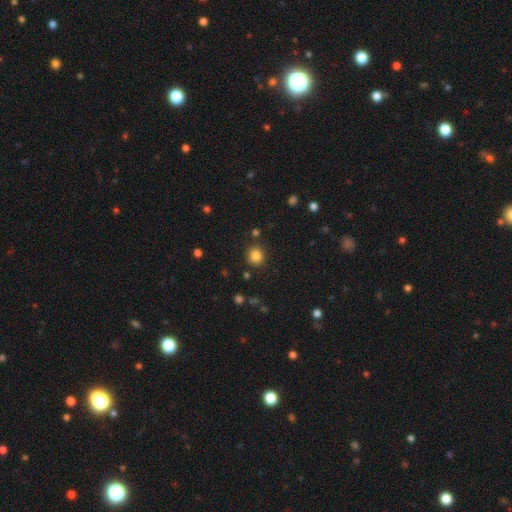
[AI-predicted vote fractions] This appears to be a smooth galaxy with no disk features (83%) that is round (86%). Merging: none (85%).